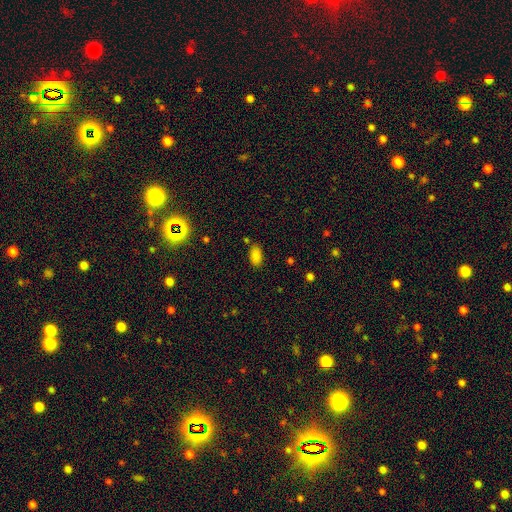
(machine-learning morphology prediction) This is clearly a smooth galaxy (83%). How rounded: clearly in between (92%). Merging: clearly none (81%).